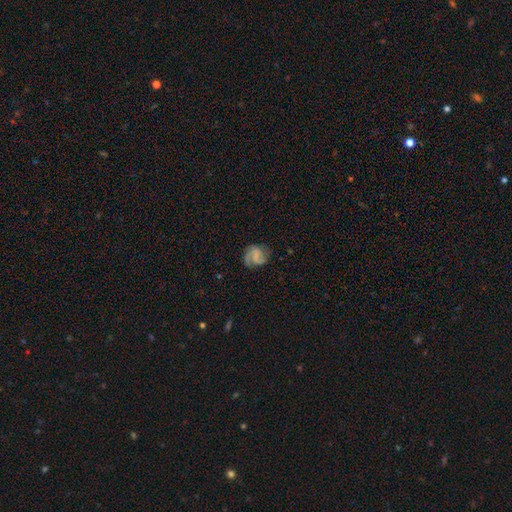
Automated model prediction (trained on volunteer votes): A featured or disk galaxy (64%) with no bar (51%), 2 (55%) medium (47%) spiral arms (93%) and no central bulge (48%).

Vote fractions:
- Smooth or featured? featured or disk: 64% / smooth: 28% / star or artifact: 8%
- Edge-on disk? no: 98% / yes: 2%
- Bar? no: 51% / weak: 39% / strong: 10%
- Spiral arms? yes: 93% / no: 7%
- Spiral winding? medium: 47% / tight: 30% / loose: 23%
- Spiral arm count? 2: 55% / 3: 20% / can't tell: 12% / 1: 8% / 4: 3% / more than 4: 3%
- Bulge size? none: 48% / small: 36% / moderate: 12% / large: 3% / dominant: 1%
- Merging? none: 70% / minor disturbance: 19% / major disturbance: 10% / merger: 1%